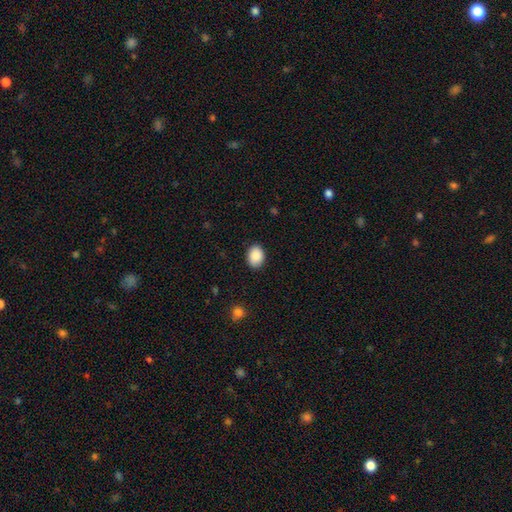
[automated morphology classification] Smooth or featured?
  - smooth: 90% *
  - star or artifact: 7%
  - featured or disk: 3%
How rounded?
  - in between: 69% *
  - round: 31%
  - cigar-shaped: 1%
Merging?
  - none: 88% *
  - minor disturbance: 9%
  - major disturbance: 2%
  - merger: 1%